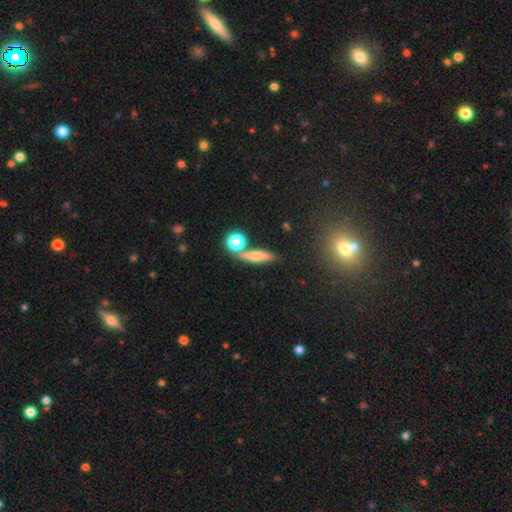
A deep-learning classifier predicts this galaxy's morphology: Overall: smooth (65%). How rounded: cigar-shaped (63%). Merging: none (70%).